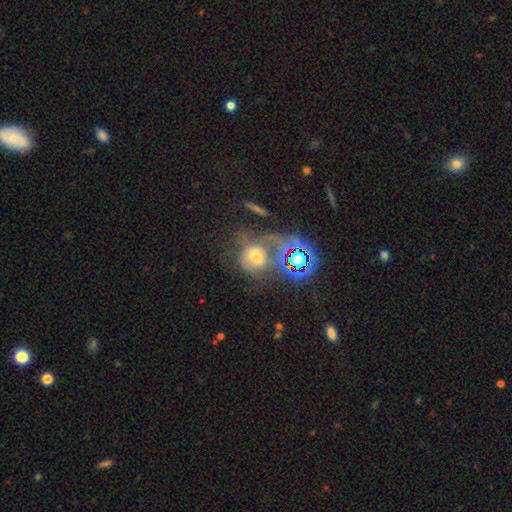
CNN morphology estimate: This appears to be a smooth galaxy with no disk features (40%). Merging: major disturbance (32%).